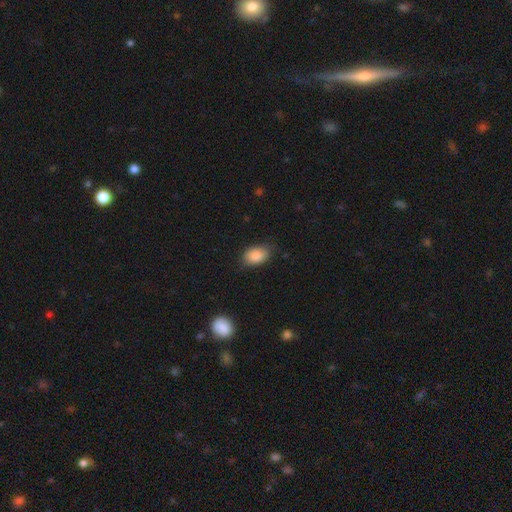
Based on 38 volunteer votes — smooth 92%, featured or disk 5%, star or artifact 3%. Down the decision tree: how rounded — in between (94%); merging — none (89%).